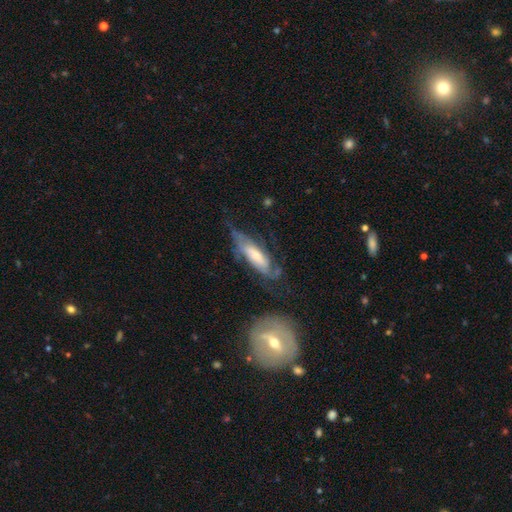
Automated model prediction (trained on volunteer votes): This is likely a featured or disk galaxy (64%). It is likely not viewed edge-on (76%). Merging: possibly none (51%).